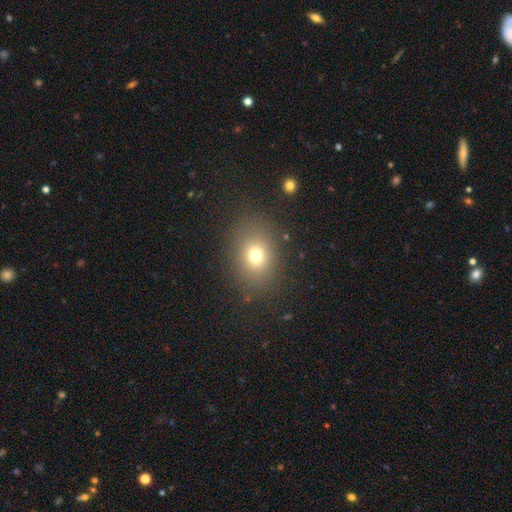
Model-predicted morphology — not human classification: Q: Smooth or featured?
A: smooth (72%); runner-up: star or artifact (16%)
Q: How rounded?
A: in between (50%); runner-up: round (49%)
Q: Merging?
A: none (82%); runner-up: minor disturbance (10%)